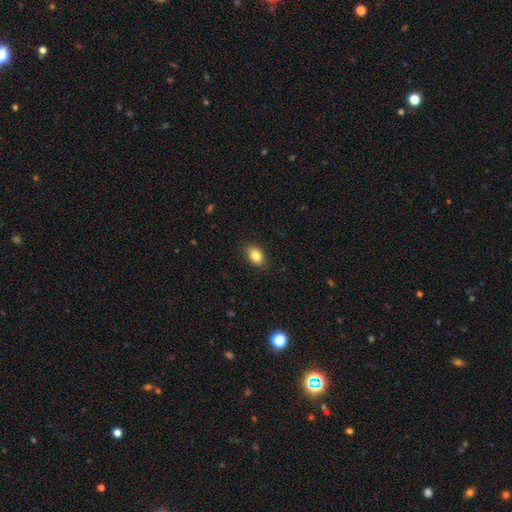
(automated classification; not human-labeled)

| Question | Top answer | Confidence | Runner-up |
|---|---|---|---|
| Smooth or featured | smooth | 85% | star or artifact (9%) |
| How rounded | in between | 81% | round (17%) |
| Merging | none | 87% | minor disturbance (10%) |